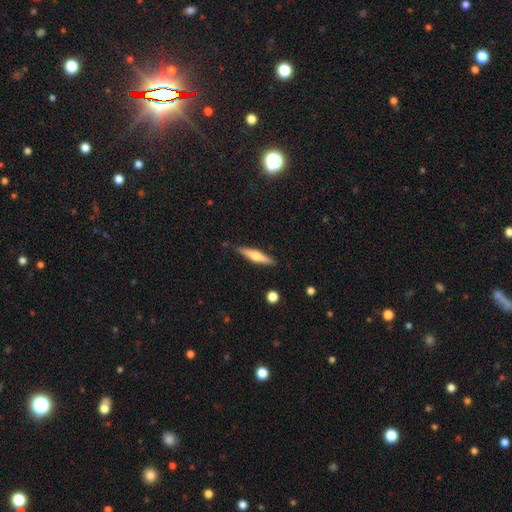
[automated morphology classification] This is possibly a featured or disk galaxy (49%). Merging: clearly none (87%).